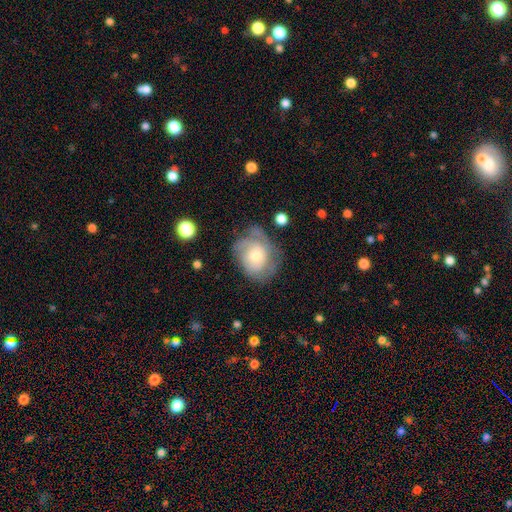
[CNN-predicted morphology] A featured or disk galaxy (52%). Merging: none (49%).